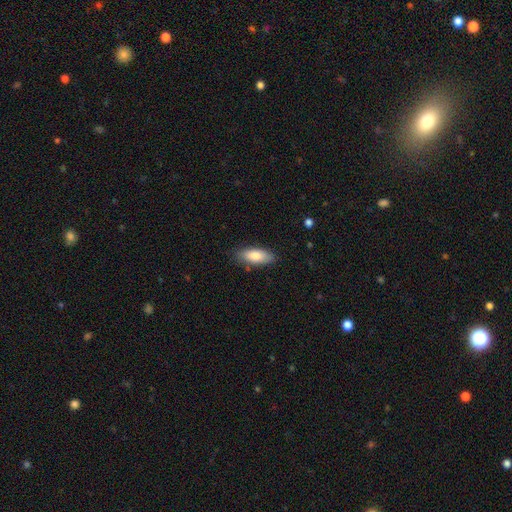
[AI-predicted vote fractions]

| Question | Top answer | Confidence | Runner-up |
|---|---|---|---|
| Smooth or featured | smooth | 82% | featured or disk (12%) |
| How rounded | in between | 78% | cigar-shaped (20%) |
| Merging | none | 83% | minor disturbance (13%) |